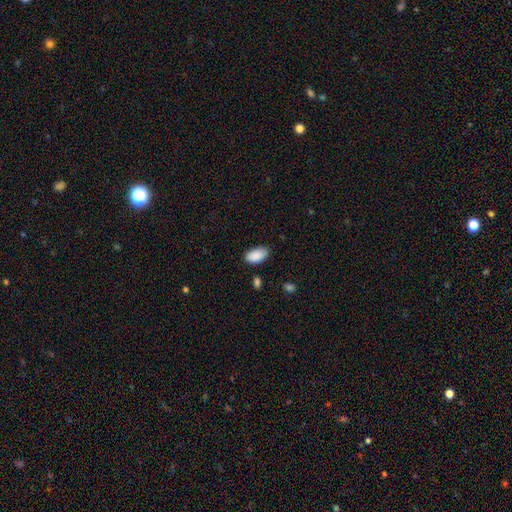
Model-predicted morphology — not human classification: Smooth or featured? Predicted: smooth (p=0.89). How rounded? Predicted: in between (p=0.95). Merging? Predicted: none (p=0.77).